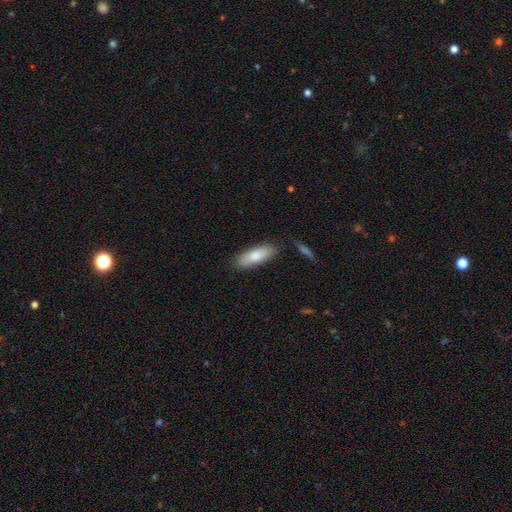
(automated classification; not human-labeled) smooth 80%, featured or disk 15%, star or artifact 6%. Down the decision tree: how rounded — in between (61%); merging — none (82%).